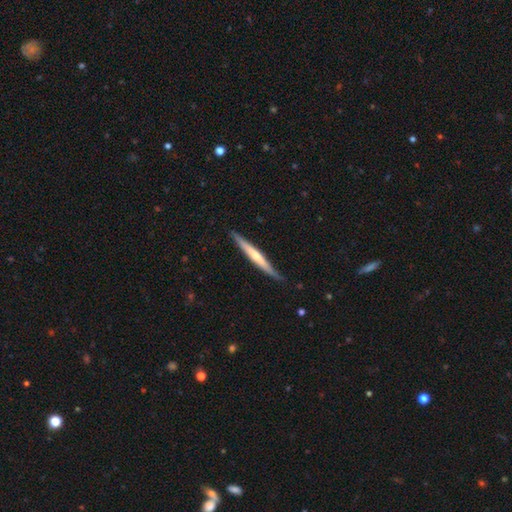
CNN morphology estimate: This is possibly a featured or disk galaxy (57%). It is clearly viewed edge-on (96%). Edge-on bulge: possibly rounded (52%). Merging: clearly none (86%).